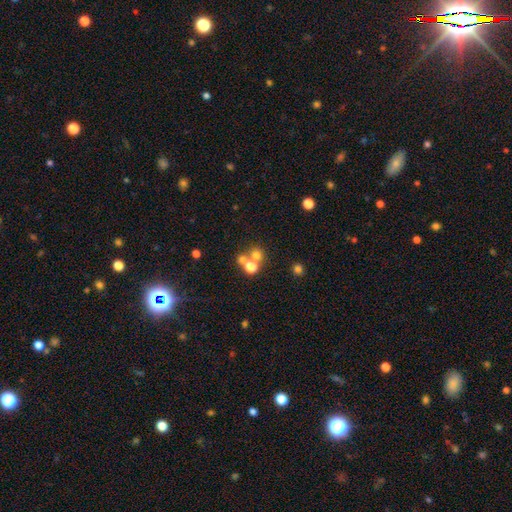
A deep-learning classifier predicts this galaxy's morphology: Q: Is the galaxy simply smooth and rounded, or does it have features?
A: smooth — 48%.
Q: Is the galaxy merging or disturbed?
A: none — 57%.